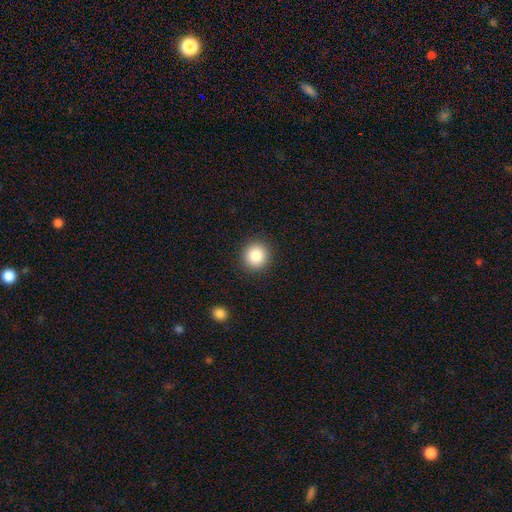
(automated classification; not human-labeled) Smooth or featured: smooth — 86% (star or artifact — 9%)
How rounded: round — 93% (in between — 6%)
Merging: none — 92% (minor disturbance — 5%)